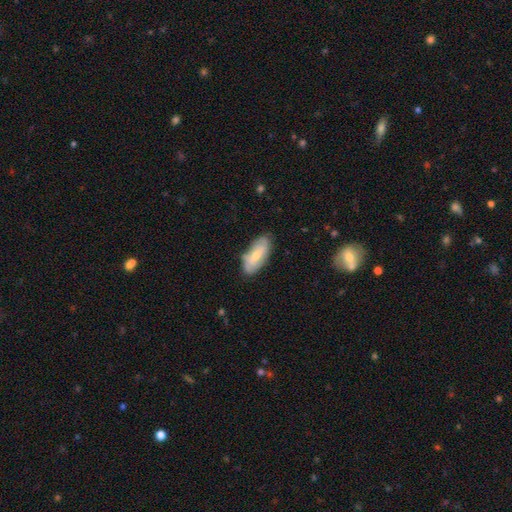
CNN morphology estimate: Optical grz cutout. It shows a smooth galaxy with no disk features (58%) that is in between round and cigar-shaped (86%). Merging: none (72%).